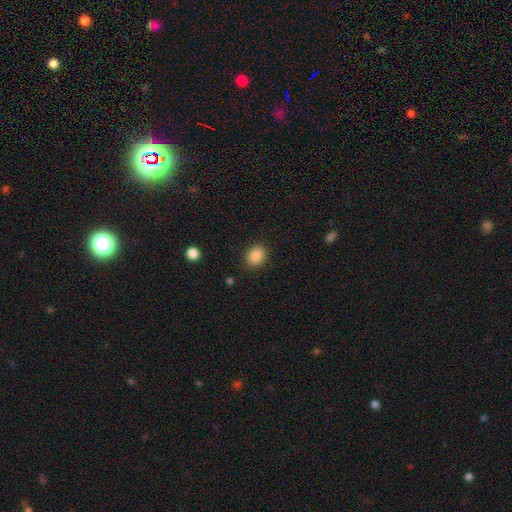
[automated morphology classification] A smooth galaxy with no disk features (87%) that is round (58%). Merging: none (87%).